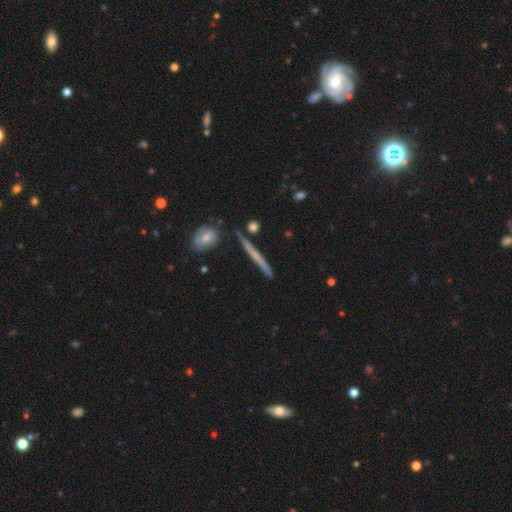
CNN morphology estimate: This appears to be a featured or disk galaxy (53%) viewed edge-on (96%) with no central bulge (77%). Merging: none (86%).